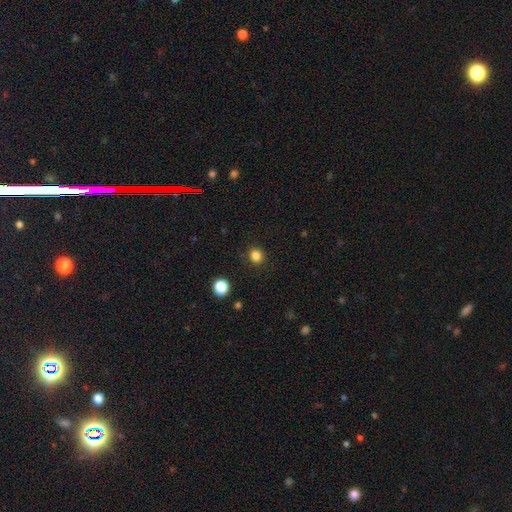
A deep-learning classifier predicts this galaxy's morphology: A smooth galaxy with no disk features (83%) that is round (89%).

Vote fractions:
- Smooth or featured? smooth: 83% / star or artifact: 13% / featured or disk: 4%
- How rounded? round: 89% / in between: 11% / cigar-shaped: 1%
- Merging? none: 90% / minor disturbance: 6% / major disturbance: 2% / merger: 1%